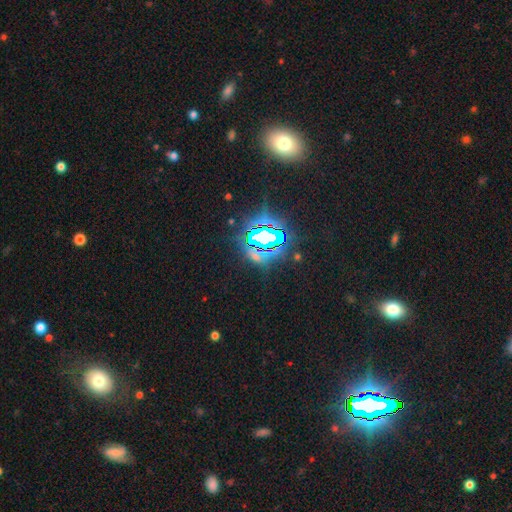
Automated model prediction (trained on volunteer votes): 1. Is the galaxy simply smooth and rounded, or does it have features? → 78% star or artifact, 12% smooth, 10% featured or disk.